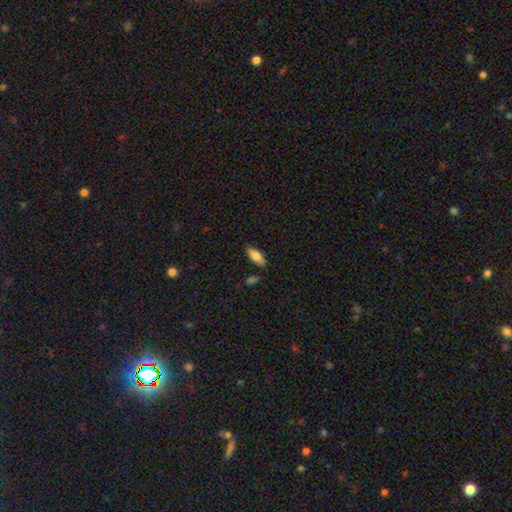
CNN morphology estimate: type=smooth (82%); roundness=in between (81%); merging=none (82%).